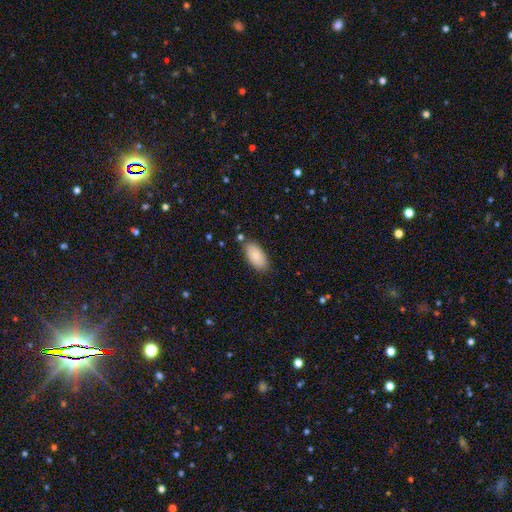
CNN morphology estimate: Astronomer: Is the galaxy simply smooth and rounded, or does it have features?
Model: smooth — 83%.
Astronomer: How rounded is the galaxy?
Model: in between — 94%.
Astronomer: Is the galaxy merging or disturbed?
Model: none — 82%.